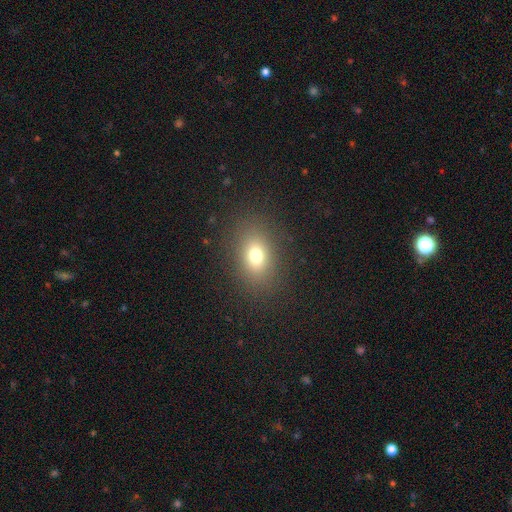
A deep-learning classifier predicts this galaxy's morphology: smooth_or_featured: smooth (p=0.73) [alt: star or artifact p=0.15]
how_rounded: in between (p=0.67) [alt: round p=0.32]
merging: none (p=0.86) [alt: minor disturbance p=0.08]